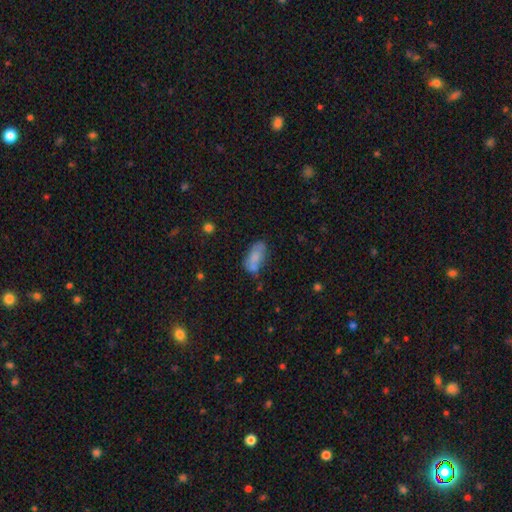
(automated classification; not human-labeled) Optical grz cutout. It shows a smooth galaxy with no disk features (73%) that is in between round and cigar-shaped (89%). Merging: none (51%).